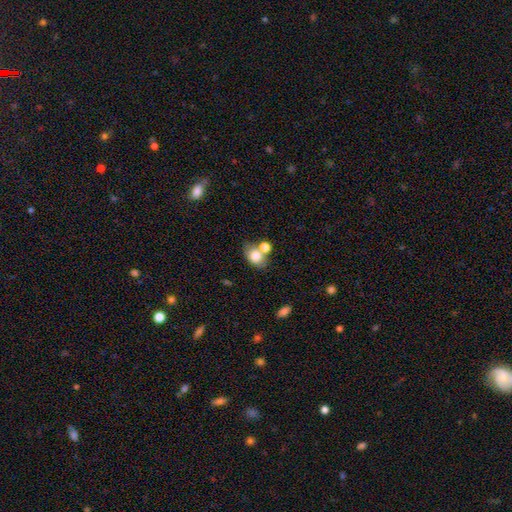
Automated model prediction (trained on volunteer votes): A smooth galaxy with no disk features (78%) that is in between round and cigar-shaped (65%).

Vote fractions:
- Smooth or featured? smooth: 78% / featured or disk: 13% / star or artifact: 10%
- How rounded? in between: 65% / round: 34% / cigar-shaped: 1%
- Merging? none: 51% / merger: 30% / minor disturbance: 14% / major disturbance: 5%